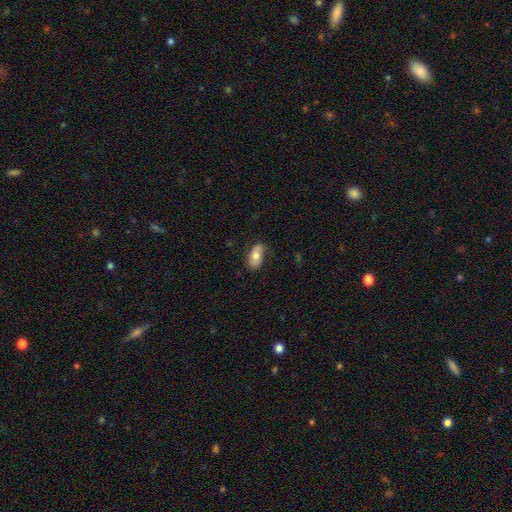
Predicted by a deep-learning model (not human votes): Smooth or featured?
  - smooth: 66% *
  - featured or disk: 26%
  - star or artifact: 7%
How rounded?
  - in between: 91% *
  - round: 5%
  - cigar-shaped: 4%
Merging?
  - none: 65% *
  - minor disturbance: 26%
  - major disturbance: 7%
  - merger: 2%